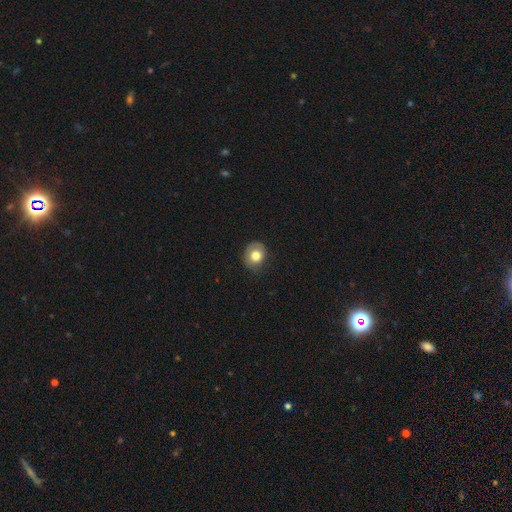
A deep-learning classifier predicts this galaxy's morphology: Smooth or featured?
  - smooth: 75% *
  - featured or disk: 17%
  - star or artifact: 9%
How rounded?
  - round: 74% *
  - in between: 25%
  - cigar-shaped: 1%
Merging?
  - none: 73% *
  - minor disturbance: 20%
  - major disturbance: 6%
  - merger: 1%